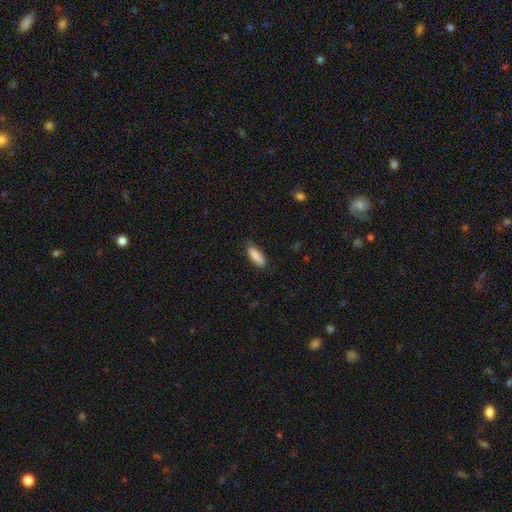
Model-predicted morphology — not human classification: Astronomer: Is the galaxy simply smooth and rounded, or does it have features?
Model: smooth — 88%.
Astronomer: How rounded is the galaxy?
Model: in between — 62%.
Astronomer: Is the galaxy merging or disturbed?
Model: none — 79%.